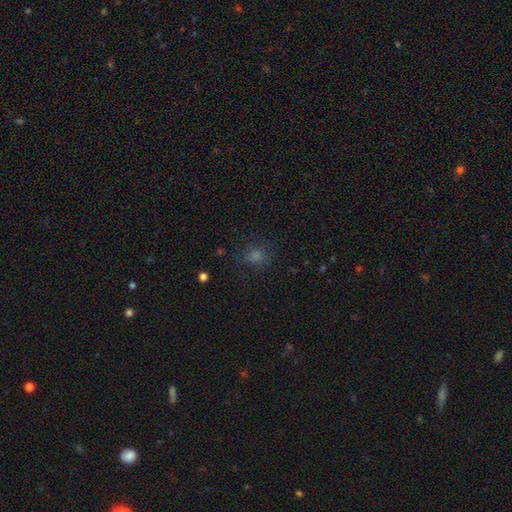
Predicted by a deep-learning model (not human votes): Smooth or featured?
  - smooth: 59% *
  - star or artifact: 33%
  - featured or disk: 8%
How rounded?
  - round: 81% *
  - in between: 18%
  - cigar-shaped: 1%
Merging?
  - none: 82% *
  - minor disturbance: 11%
  - major disturbance: 5%
  - merger: 1%